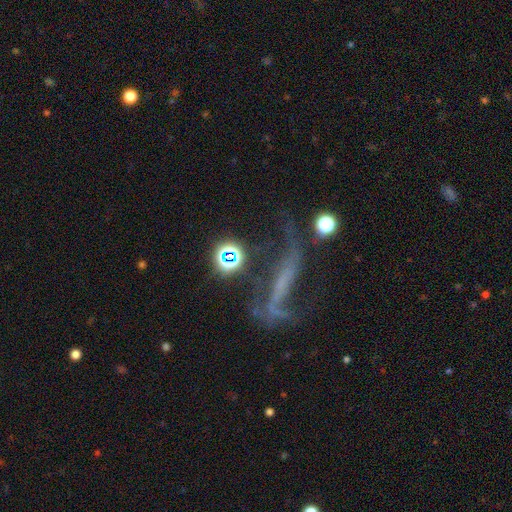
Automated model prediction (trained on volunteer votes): This appears to be a featured or disk galaxy (53%). Merging: none (40%).